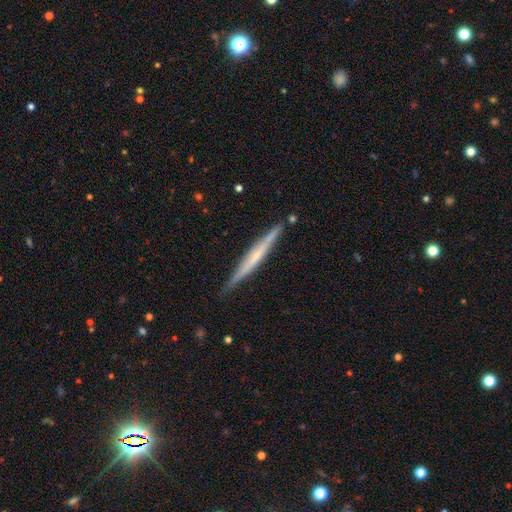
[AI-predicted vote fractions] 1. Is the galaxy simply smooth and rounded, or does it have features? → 59% featured or disk, 36% smooth, 6% star or artifact.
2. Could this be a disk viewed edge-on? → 97% yes, 3% no.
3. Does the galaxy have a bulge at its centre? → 65% none, 23% rounded, 11% boxy.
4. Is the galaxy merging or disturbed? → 87% none, 10% minor disturbance, 2% merger, 2% major disturbance.